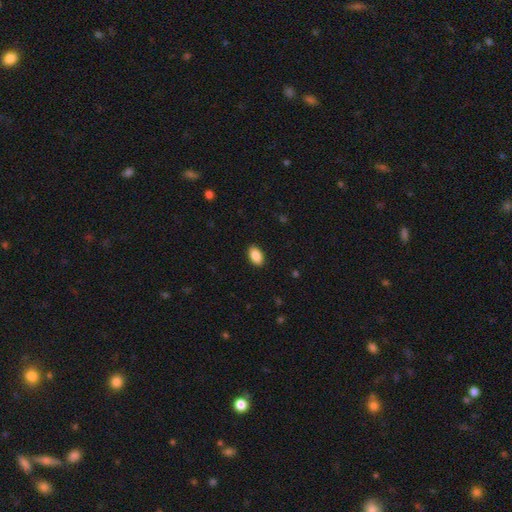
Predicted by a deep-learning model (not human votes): The model was most divided on "merging": none: 90%, minor disturbance: 7%, major disturbance: 2%, merger: 1%. More confident: how rounded — in between (94%); smooth or featured — smooth (90%).